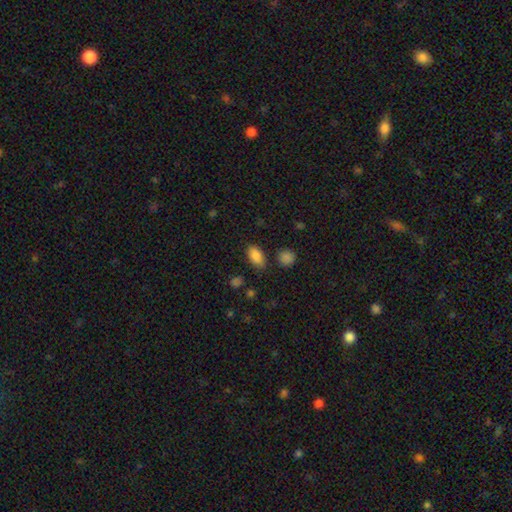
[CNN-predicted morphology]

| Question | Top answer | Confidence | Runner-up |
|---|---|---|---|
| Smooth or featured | smooth | 86% | star or artifact (9%) |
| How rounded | in between | 91% | round (6%) |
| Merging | none | 78% | minor disturbance (15%) |